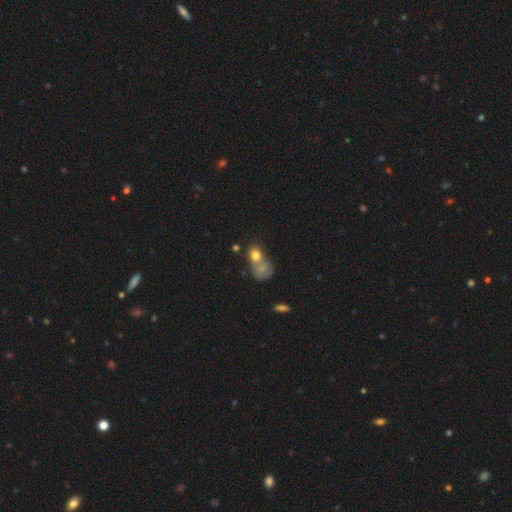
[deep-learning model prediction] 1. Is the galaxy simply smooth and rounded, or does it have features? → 71% smooth, 17% featured or disk, 12% star or artifact.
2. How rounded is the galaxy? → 50% in between, 48% round, 2% cigar-shaped.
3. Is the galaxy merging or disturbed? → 50% merger, 28% none, 12% minor disturbance, 11% major disturbance.